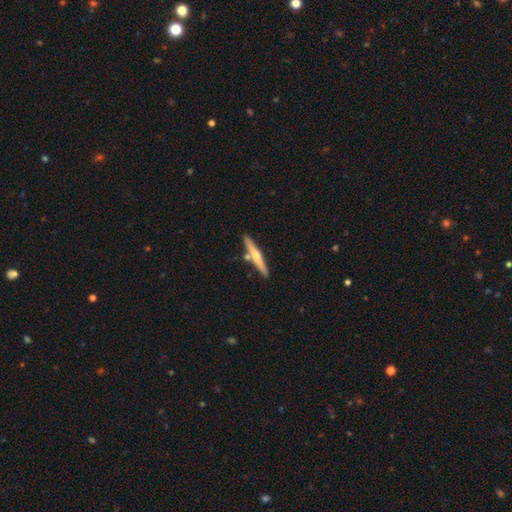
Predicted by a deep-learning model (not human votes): Morphology: type=featured or disk (52%); edge-on=yes (96%); merging=none (78%).